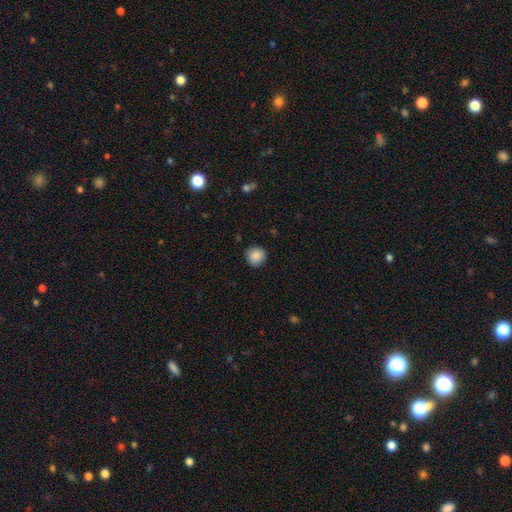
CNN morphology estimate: Smooth or featured?
  - smooth: 88% *
  - star or artifact: 8%
  - featured or disk: 4%
How rounded?
  - round: 92% *
  - in between: 7%
  - cigar-shaped: 1%
Merging?
  - none: 86% *
  - minor disturbance: 10%
  - major disturbance: 2%
  - merger: 1%